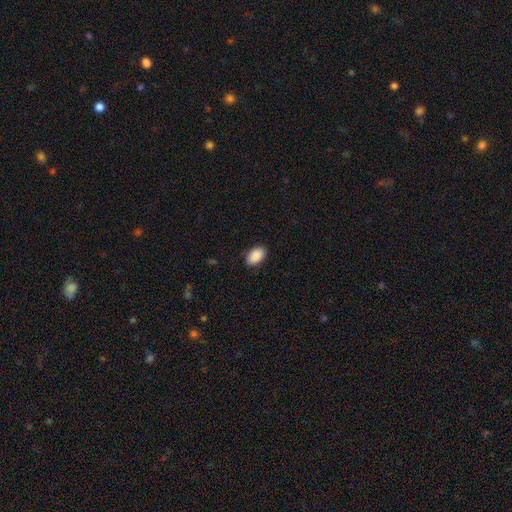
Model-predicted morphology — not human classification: Smooth or featured? smooth (90%)
How rounded? in between (92%)
Merging? none (87%)